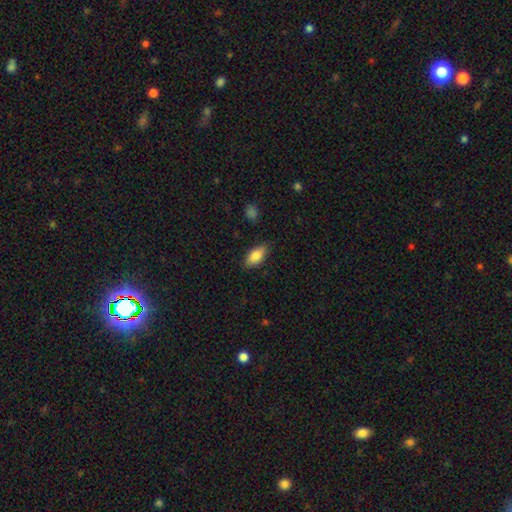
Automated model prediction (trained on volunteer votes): Overall: smooth (83%). How rounded: in between (88%). Merging: none (83%).